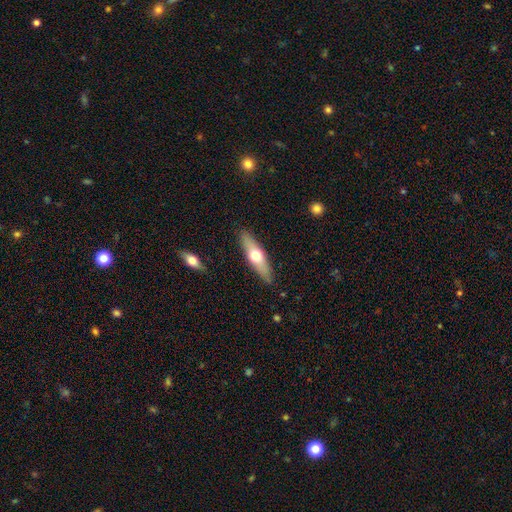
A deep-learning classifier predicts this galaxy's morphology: Smooth or featured: smooth — 50% (featured or disk — 45%)
Merging: none — 88% (minor disturbance — 9%)